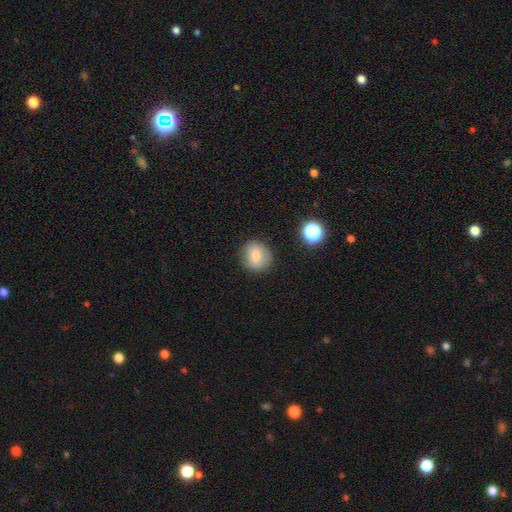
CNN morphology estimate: This appears to be a smooth galaxy with no disk features (73%) that is round (80%). Merging: none (82%).